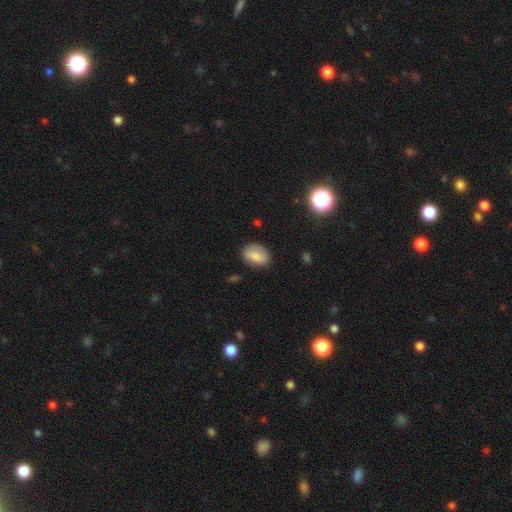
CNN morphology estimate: This is likely a smooth galaxy (78%). How rounded: clearly in between (81%). Merging: likely none (79%).